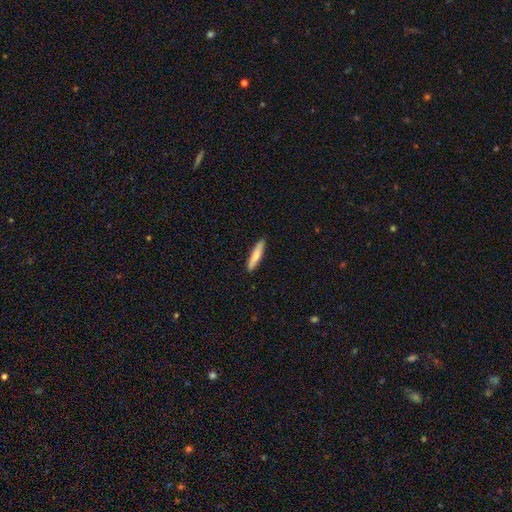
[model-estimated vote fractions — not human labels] Smooth or featured?
  - smooth: 77% *
  - featured or disk: 18%
  - star or artifact: 5%
How rounded?
  - cigar-shaped: 88% *
  - in between: 11%
  - round: 1%
Merging?
  - none: 90% *
  - minor disturbance: 7%
  - major disturbance: 1%
  - merger: 1%